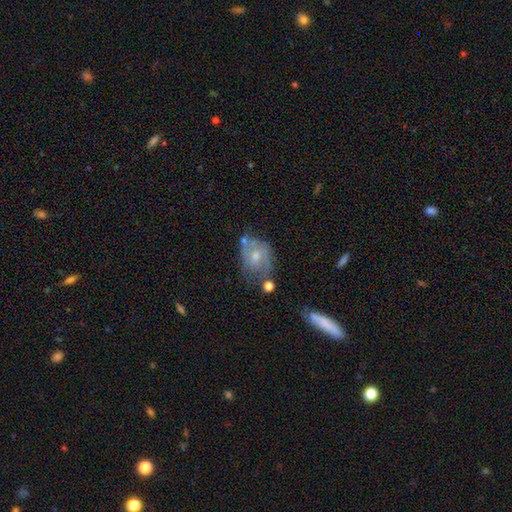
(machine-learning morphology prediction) Overall: featured or disk (60%; smooth 31%). Edge-on disk: no (96%). Bar: no (70%). Spiral arms: yes (68%; no 32%). Bulge size: moderate (57%; small 33%). Merging: none (47%; minor disturbance 27%).